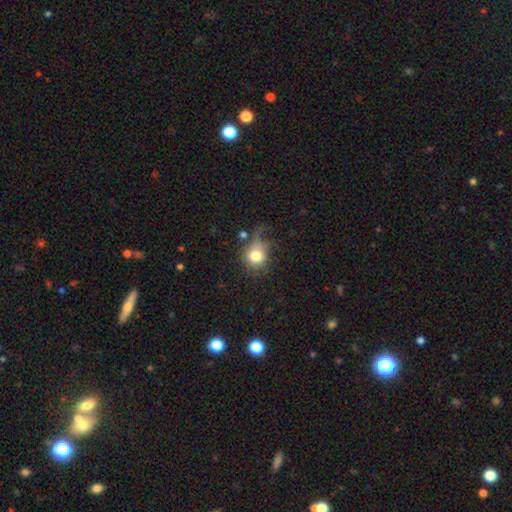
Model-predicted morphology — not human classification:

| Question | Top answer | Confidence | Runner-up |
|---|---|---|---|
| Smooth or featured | smooth | 76% | featured or disk (14%) |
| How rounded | round | 79% | in between (20%) |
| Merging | none | 38% | major disturbance (31%) |